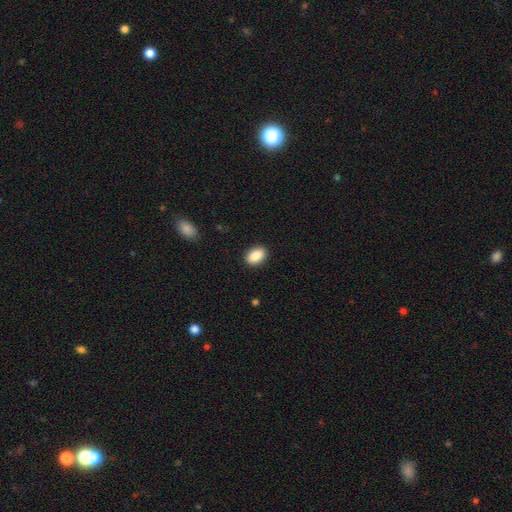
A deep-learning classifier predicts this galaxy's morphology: Smooth or featured? Predicted: smooth (p=0.89). How rounded? Predicted: in between (p=0.84). Merging? Predicted: none (p=0.90).